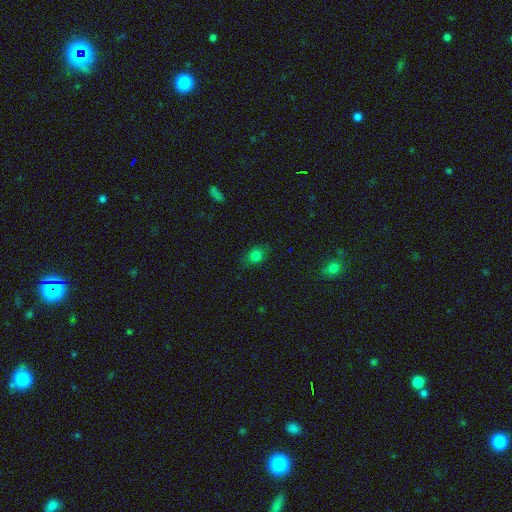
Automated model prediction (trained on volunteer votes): A smooth galaxy with no disk features (78%) that is round (52%). Merging: none (80%).